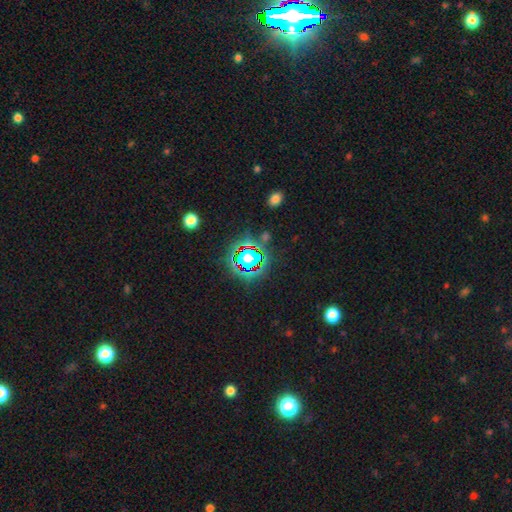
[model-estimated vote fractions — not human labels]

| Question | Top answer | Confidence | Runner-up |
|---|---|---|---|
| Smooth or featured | star or artifact | 80% | smooth (12%) |